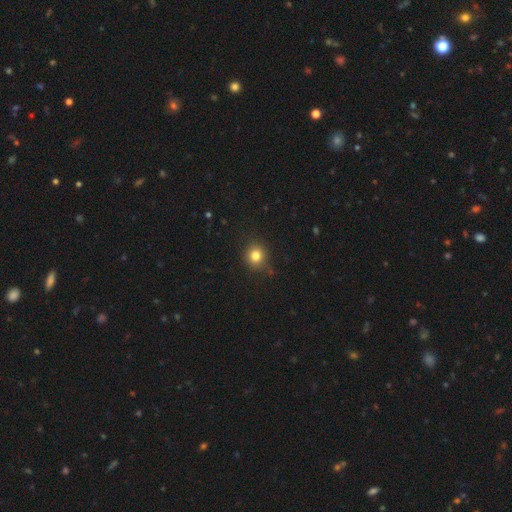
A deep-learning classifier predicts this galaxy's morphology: smooth_or_featured: smooth (p=0.81) [alt: star or artifact p=0.13]
how_rounded: round (p=0.86) [alt: in between p=0.13]
merging: none (p=0.85) [alt: minor disturbance p=0.11]